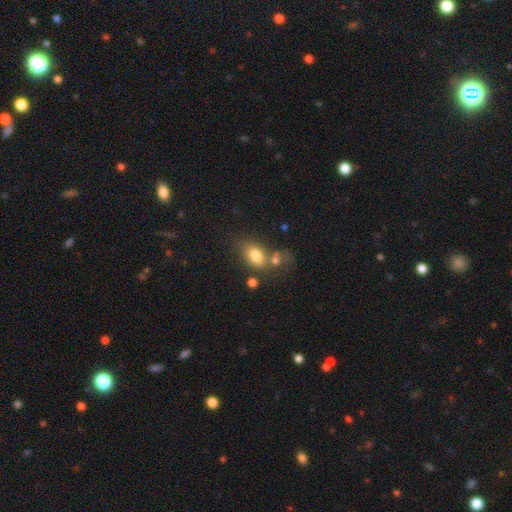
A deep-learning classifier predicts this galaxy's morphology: This appears to be a smooth galaxy with no disk features (78%) that is in between round and cigar-shaped (82%). Merging: none (46%).